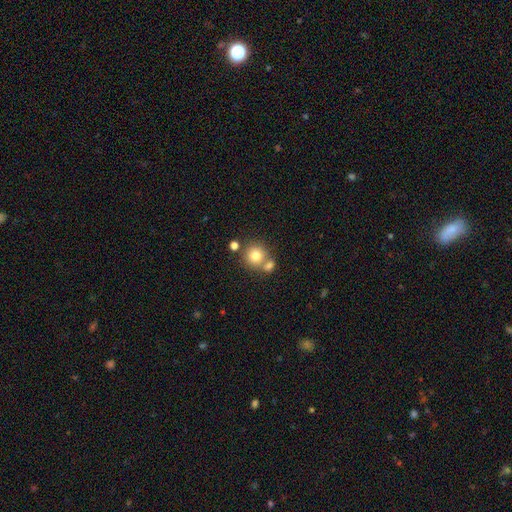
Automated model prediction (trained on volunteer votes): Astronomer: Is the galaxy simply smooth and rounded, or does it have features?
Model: smooth — 77%.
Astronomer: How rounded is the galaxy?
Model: round — 90%.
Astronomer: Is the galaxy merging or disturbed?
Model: none — 56% (runner-up: merger, 33%).